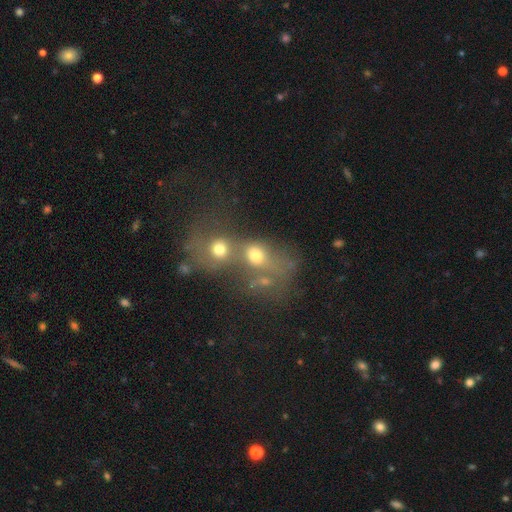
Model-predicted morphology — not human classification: Overall: smooth (61%). How rounded: round (61%; in between 37%). Merging: merger (65%).